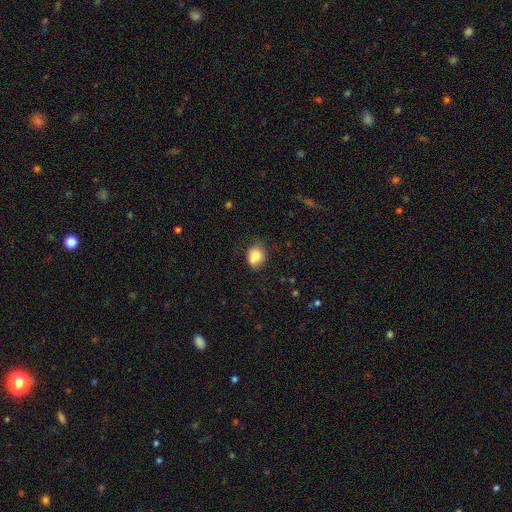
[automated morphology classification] Smooth or featured? Predicted: smooth (p=0.78). How rounded? Predicted: round (p=0.52). Merging? Predicted: none (p=0.55).